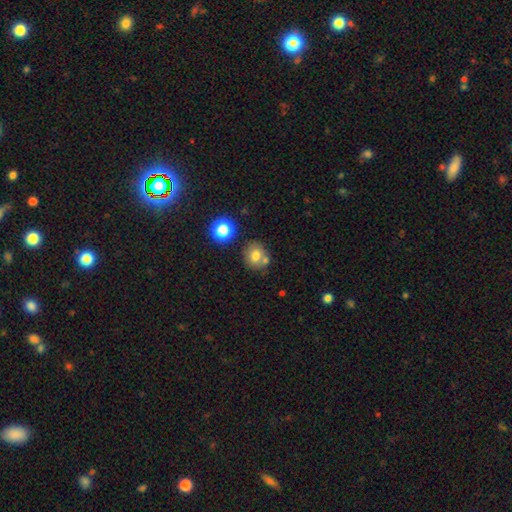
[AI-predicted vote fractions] The model was most divided on "merging": none: 64%, merger: 19%, minor disturbance: 13%, major disturbance: 4%. More confident: how rounded — round (77%); smooth or featured — smooth (72%).